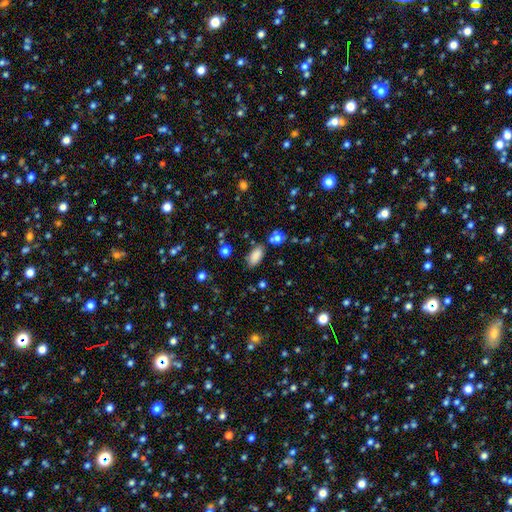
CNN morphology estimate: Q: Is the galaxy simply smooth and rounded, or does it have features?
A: smooth — 83%.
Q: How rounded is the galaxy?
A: in between — 90%.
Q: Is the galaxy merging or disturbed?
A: none — 75%.